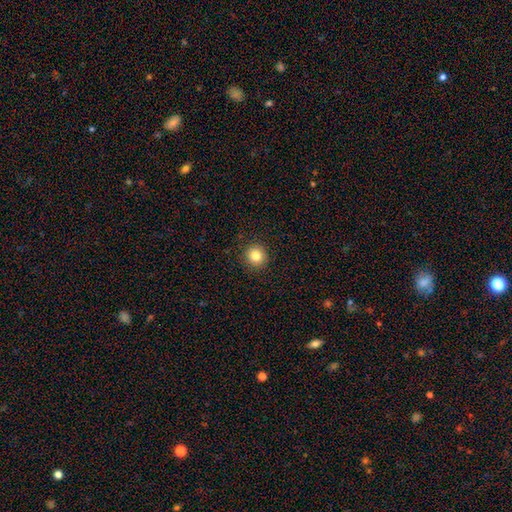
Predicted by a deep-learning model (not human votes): This appears to be a smooth galaxy with no disk features (83%) that is round (93%). Merging: none (92%).